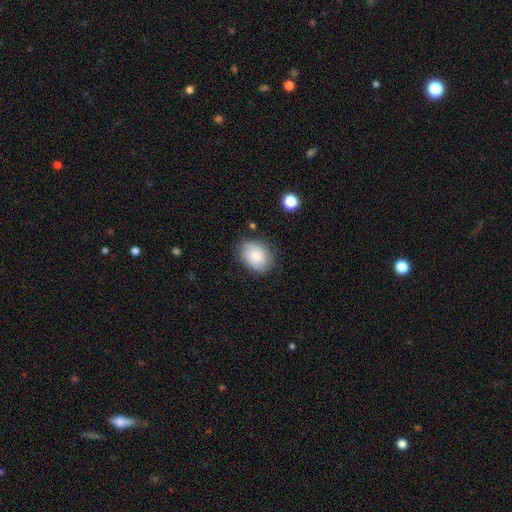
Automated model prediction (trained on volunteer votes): Smooth or featured?
  - smooth: 70% *
  - featured or disk: 22%
  - star or artifact: 8%
How rounded?
  - in between: 58% *
  - round: 41%
  - cigar-shaped: 1%
Merging?
  - none: 77% *
  - minor disturbance: 17%
  - major disturbance: 4%
  - merger: 2%